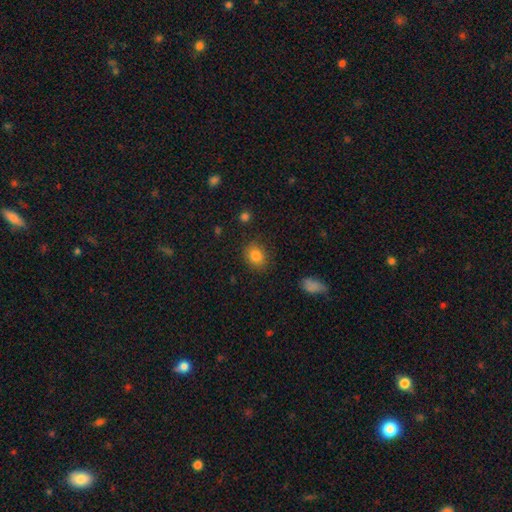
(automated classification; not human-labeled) Overall: smooth (84%). How rounded: round (52%; in between 47%). Merging: none (84%).